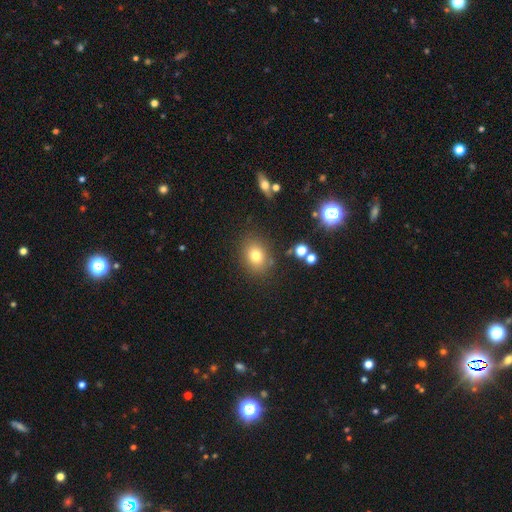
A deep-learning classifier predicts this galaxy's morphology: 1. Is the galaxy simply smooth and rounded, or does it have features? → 76% smooth, 14% star or artifact, 10% featured or disk.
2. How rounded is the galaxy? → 51% round, 48% in between, 1% cigar-shaped.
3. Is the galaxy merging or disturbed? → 82% none, 11% minor disturbance, 4% major disturbance, 3% merger.